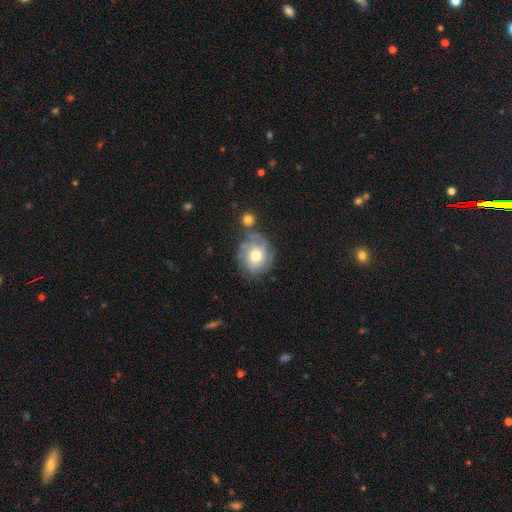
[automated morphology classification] smooth-or-featured: featured or disk: 51% | smooth: 40% | star or artifact: 9%
  disk-edge-on: no: 97% | yes: 3%
  merging: none: 57% | minor disturbance: 22% | merger: 11% | major disturbance: 10%